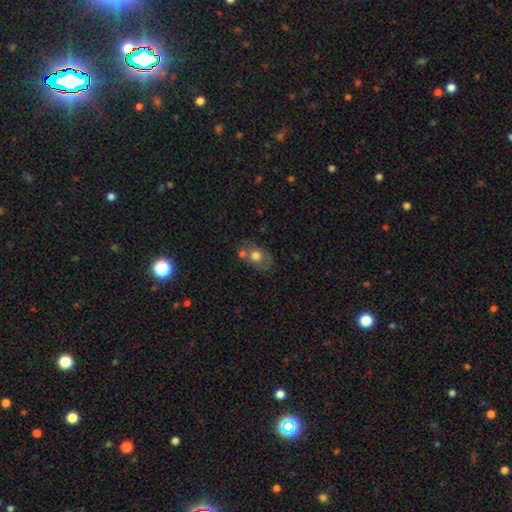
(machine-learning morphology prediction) smooth_or_featured: smooth (p=0.65) [alt: featured or disk p=0.26]
how_rounded: in between (p=0.61) [alt: round p=0.38]
merging: none (p=0.43) [alt: merger p=0.33]